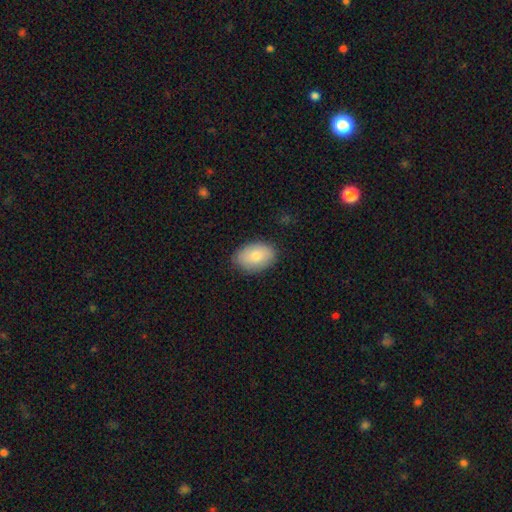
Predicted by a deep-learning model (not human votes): Overall: smooth (81%). How rounded: in between (89%). Merging: none (84%).